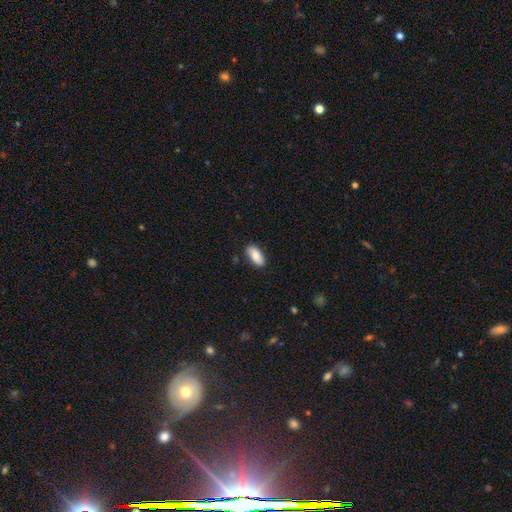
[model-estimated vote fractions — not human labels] smooth-or-featured: smooth: 83% | featured or disk: 11% | star or artifact: 6%
  how-rounded: in between: 90% | cigar-shaped: 8% | round: 2%
  merging: none: 86% | minor disturbance: 11% | major disturbance: 2% | merger: 1%